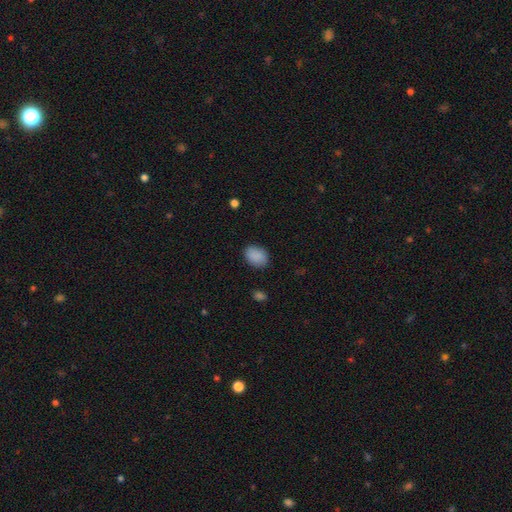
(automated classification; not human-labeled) Smooth or featured: smooth — 89% (star or artifact — 8%)
How rounded: in between — 78% (round — 21%)
Merging: none — 85% (minor disturbance — 11%)